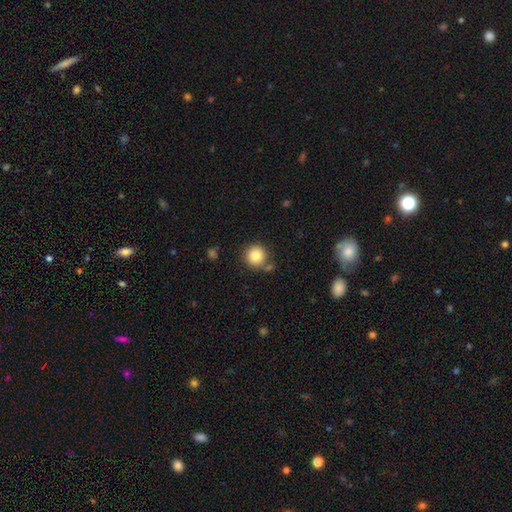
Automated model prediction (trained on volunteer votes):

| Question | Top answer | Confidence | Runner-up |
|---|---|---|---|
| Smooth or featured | smooth | 83% | star or artifact (10%) |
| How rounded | round | 94% | in between (5%) |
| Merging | none | 76% | minor disturbance (11%) |